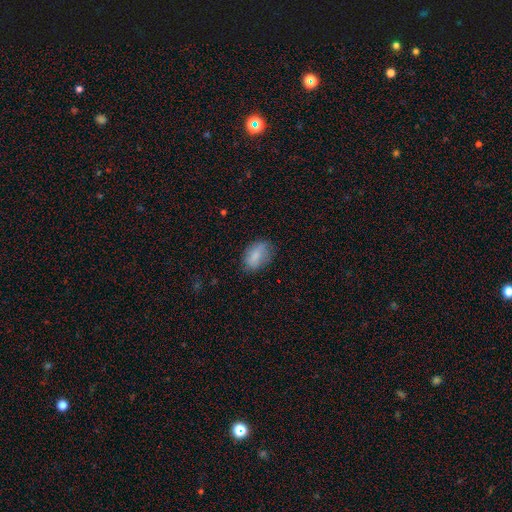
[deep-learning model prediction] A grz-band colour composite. It shows a smooth galaxy with no disk features (82%) that is in between round and cigar-shaped (88%). Merging: none (73%).